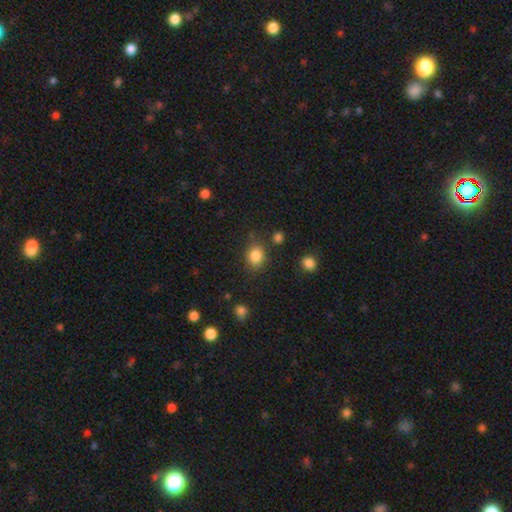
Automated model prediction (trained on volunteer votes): Q: Smooth or featured?
A: smooth (84%); runner-up: star or artifact (11%)
Q: How rounded?
A: round (64%); runner-up: in between (35%)
Q: Merging?
A: none (79%); runner-up: minor disturbance (13%)